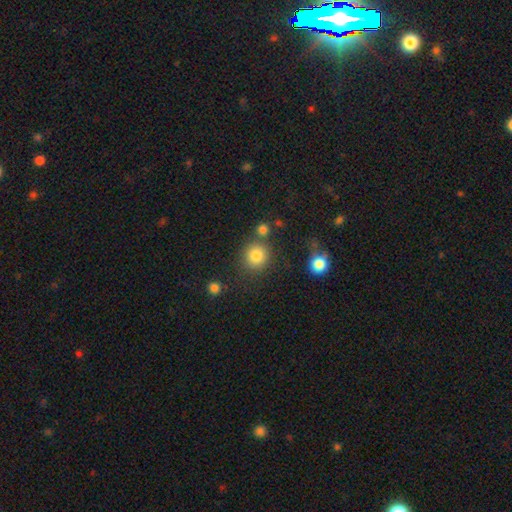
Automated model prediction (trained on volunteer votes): A smooth galaxy with no disk features (83%) that is round (89%).

Vote fractions:
- Smooth or featured? smooth: 83% / star or artifact: 11% / featured or disk: 6%
- How rounded? round: 89% / in between: 10% / cigar-shaped: 1%
- Merging? none: 75% / merger: 11% / minor disturbance: 10% / major disturbance: 4%